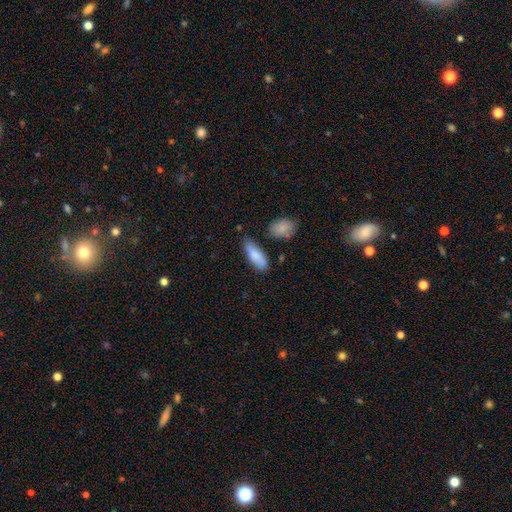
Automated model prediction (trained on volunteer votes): Smooth or featured? smooth (83%)
How rounded? in between (68%)
Merging? none (71%)